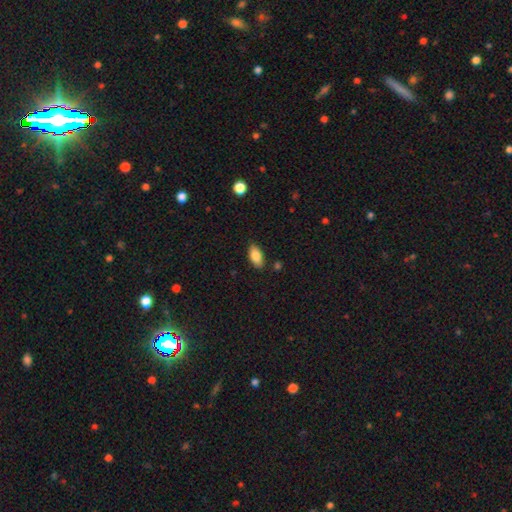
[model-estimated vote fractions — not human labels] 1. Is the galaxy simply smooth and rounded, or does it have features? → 82% smooth, 11% featured or disk, 7% star or artifact.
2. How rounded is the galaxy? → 90% in between, 7% cigar-shaped, 3% round.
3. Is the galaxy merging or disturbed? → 84% none, 12% minor disturbance, 2% major disturbance, 2% merger.